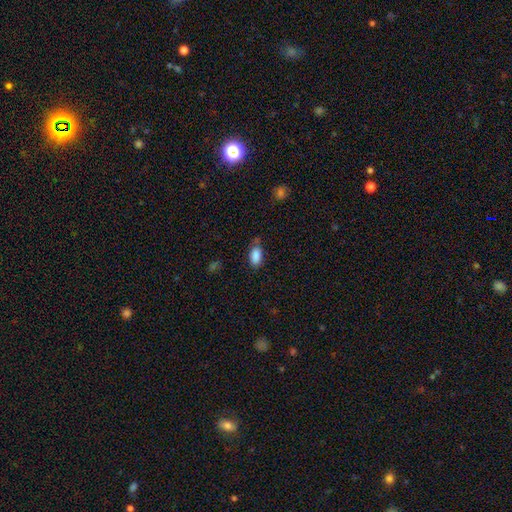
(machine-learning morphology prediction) The model was most divided on "merging": none: 61%, minor disturbance: 28%, major disturbance: 6%, merger: 5%. More confident: how rounded — in between (91%); smooth or featured — smooth (86%).